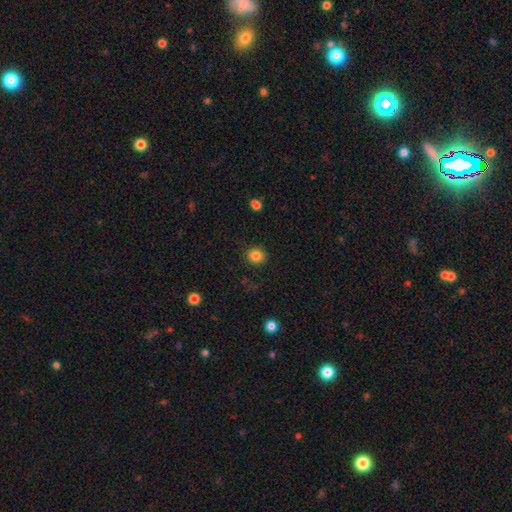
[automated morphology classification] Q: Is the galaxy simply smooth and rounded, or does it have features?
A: smooth — 84%.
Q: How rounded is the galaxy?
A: round — 83%.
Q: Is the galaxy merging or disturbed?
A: none — 89%.